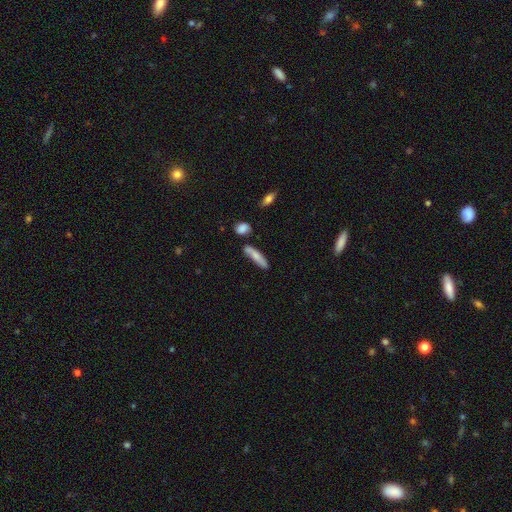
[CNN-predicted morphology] Q: Smooth or featured?
A: smooth (73%); runner-up: featured or disk (20%)
Q: How rounded?
A: cigar-shaped (78%); runner-up: in between (20%)
Q: Merging?
A: none (67%); runner-up: minor disturbance (20%)